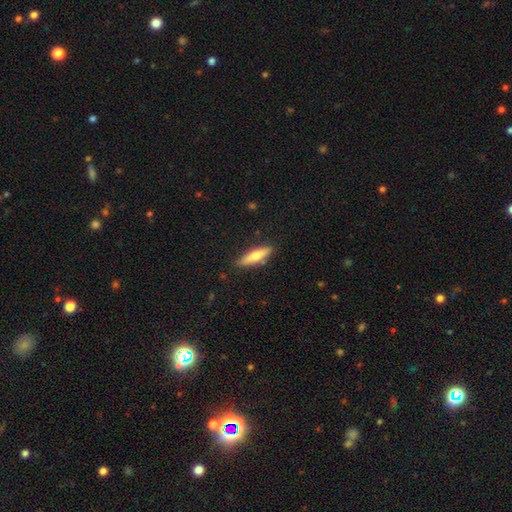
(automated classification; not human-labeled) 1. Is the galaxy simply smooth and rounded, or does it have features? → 59% smooth, 35% featured or disk, 6% star or artifact.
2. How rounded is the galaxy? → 71% cigar-shaped, 27% in between, 2% round.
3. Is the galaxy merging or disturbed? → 86% none, 10% minor disturbance, 2% merger, 2% major disturbance.